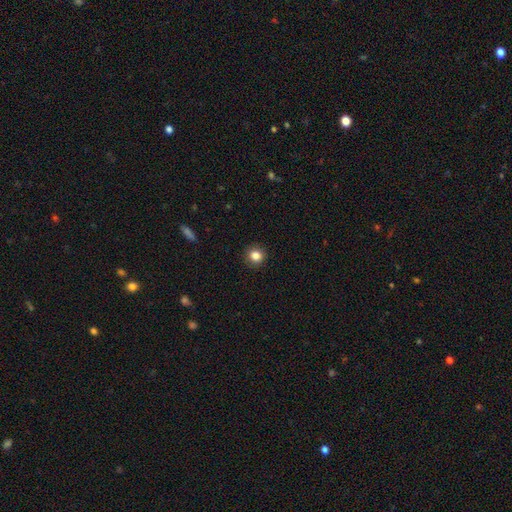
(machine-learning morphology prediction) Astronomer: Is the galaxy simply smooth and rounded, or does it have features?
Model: smooth — 84%.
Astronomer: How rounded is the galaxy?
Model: round — 89%.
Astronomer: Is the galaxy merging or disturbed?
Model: none — 91%.